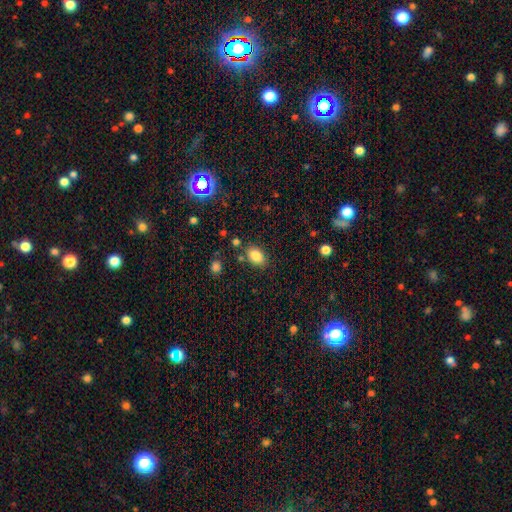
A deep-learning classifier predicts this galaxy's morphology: A smooth galaxy with no disk features (85%) that is in between round and cigar-shaped (81%). Merging: none (81%).